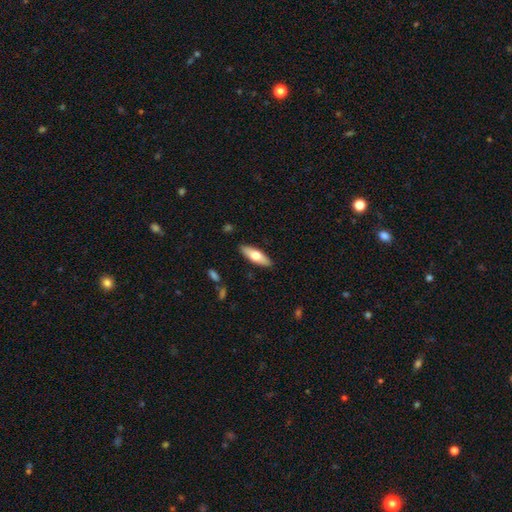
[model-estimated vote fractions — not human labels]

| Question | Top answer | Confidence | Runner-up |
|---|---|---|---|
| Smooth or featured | smooth | 63% | featured or disk (32%) |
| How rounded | in between | 57% | cigar-shaped (41%) |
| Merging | none | 89% | minor disturbance (9%) |